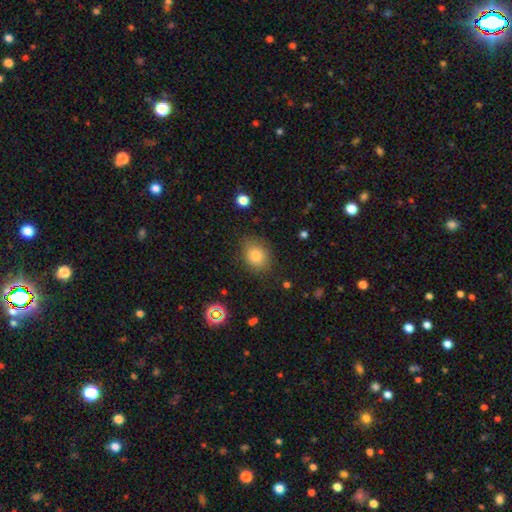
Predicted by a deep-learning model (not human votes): A smooth galaxy with no disk features (81%) that is round (57%). Merging: none (78%).